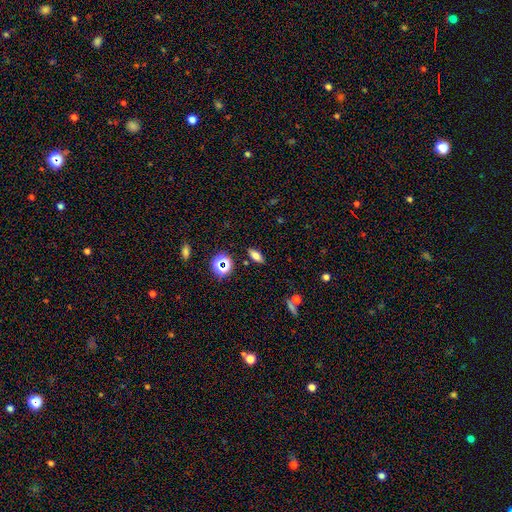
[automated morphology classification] Q: Smooth or featured?
A: smooth (70%); runner-up: star or artifact (17%)
Q: How rounded?
A: in between (75%); runner-up: cigar-shaped (17%)
Q: Merging?
A: none (86%); runner-up: minor disturbance (9%)